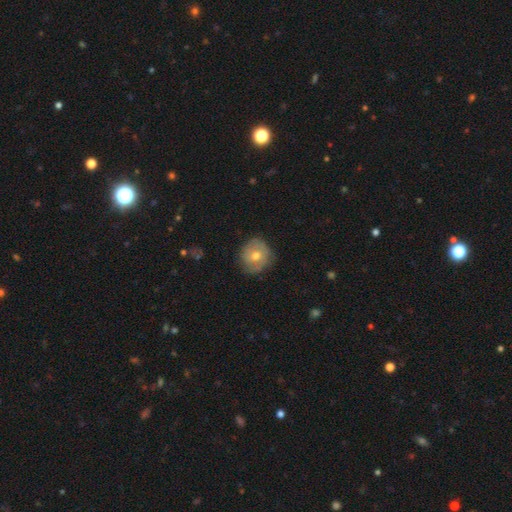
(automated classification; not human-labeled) Smooth or featured?
  - smooth: 52% *
  - featured or disk: 40%
  - star or artifact: 8%
How rounded?
  - round: 83% *
  - in between: 16%
  - cigar-shaped: 1%
Merging?
  - none: 77% *
  - minor disturbance: 18%
  - major disturbance: 4%
  - merger: 1%